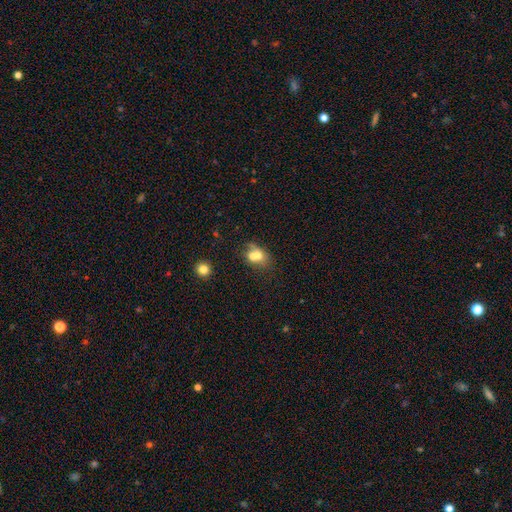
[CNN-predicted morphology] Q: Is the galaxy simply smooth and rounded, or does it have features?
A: smooth — 65%.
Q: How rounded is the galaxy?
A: in between — 56%.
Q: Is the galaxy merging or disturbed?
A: merger — 59%.